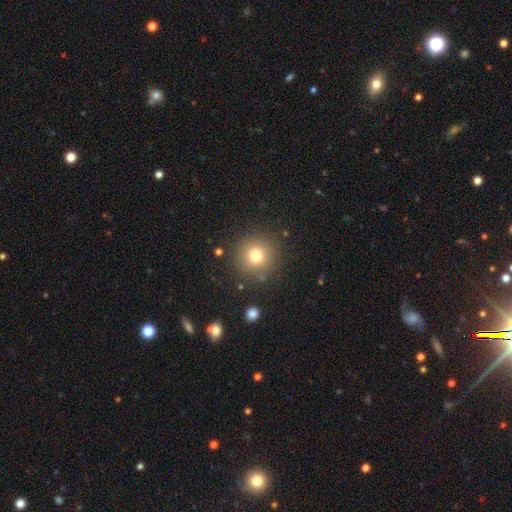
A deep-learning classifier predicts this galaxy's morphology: smooth-or-featured: smooth: 76% | star or artifact: 14% | featured or disk: 10%
  how-rounded: round: 95% | in between: 4% | cigar-shaped: 1%
  merging: none: 87% | minor disturbance: 8% | major disturbance: 3% | merger: 2%